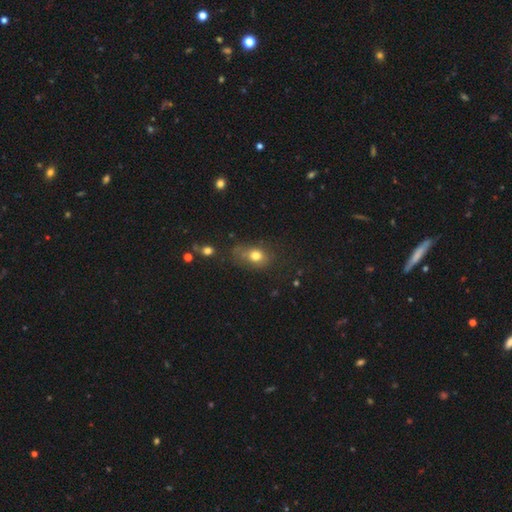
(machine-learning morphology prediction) This appears to be a smooth galaxy with no disk features (76%) that is in between round and cigar-shaped (61%). Merging: none (53%).